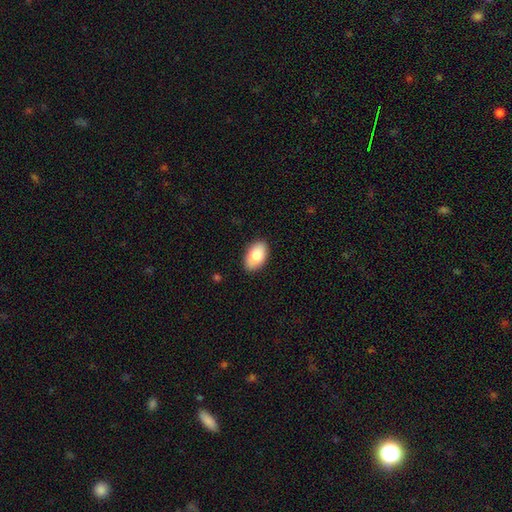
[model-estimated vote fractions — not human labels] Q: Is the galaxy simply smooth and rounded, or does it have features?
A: smooth — 82%.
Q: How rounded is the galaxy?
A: in between — 93%.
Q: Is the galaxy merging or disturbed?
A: none — 87%.